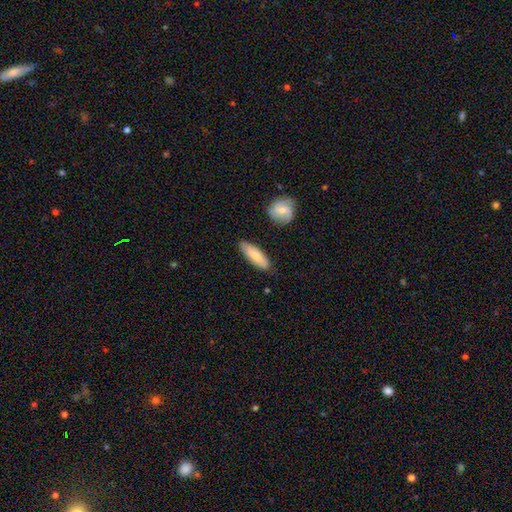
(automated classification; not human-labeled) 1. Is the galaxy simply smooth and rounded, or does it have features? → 77% smooth, 17% featured or disk, 5% star or artifact.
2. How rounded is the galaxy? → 53% in between, 46% cigar-shaped, 2% round.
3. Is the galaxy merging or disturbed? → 81% none, 13% minor disturbance, 3% merger, 2% major disturbance.